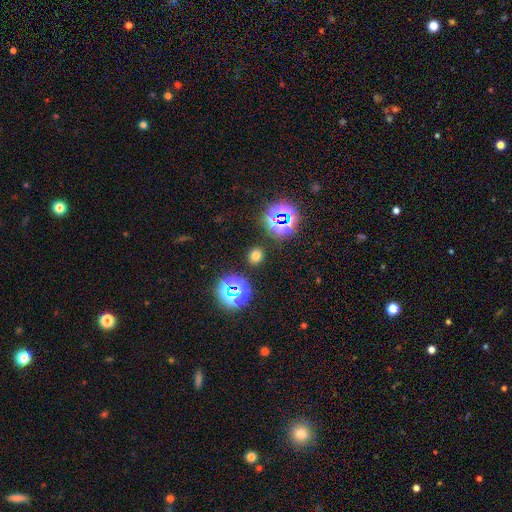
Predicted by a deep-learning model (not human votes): The model was most divided on "smooth or featured": smooth: 66%, star or artifact: 28%, featured or disk: 6%. More confident: merging — none (89%); how rounded — round (81%).